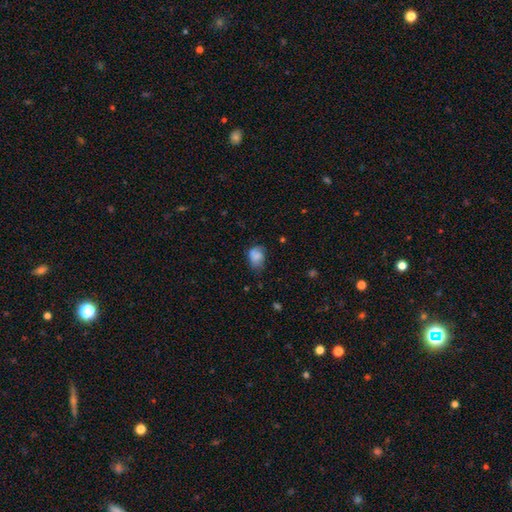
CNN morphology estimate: Q: Smooth or featured?
A: smooth (77%); runner-up: featured or disk (13%)
Q: How rounded?
A: in between (68%); runner-up: round (31%)
Q: Merging?
A: none (44%); runner-up: minor disturbance (38%)